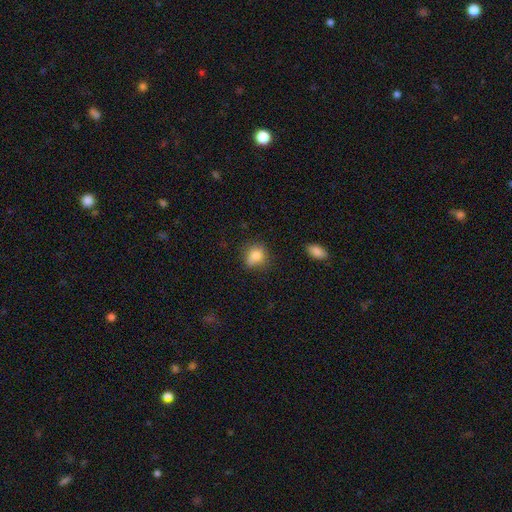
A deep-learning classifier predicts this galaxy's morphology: smooth 83%, star or artifact 10%, featured or disk 7%. Down the decision tree: how rounded — round (69%); merging — none (66%).